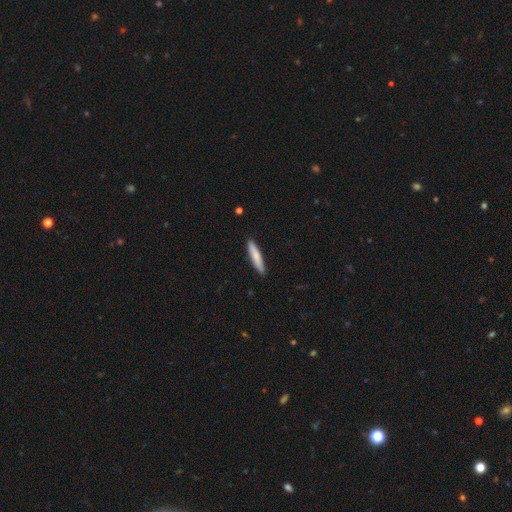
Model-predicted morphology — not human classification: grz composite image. It shows a smooth galaxy with no disk features (81%) that is cigar-shaped (89%). Merging: none (90%).